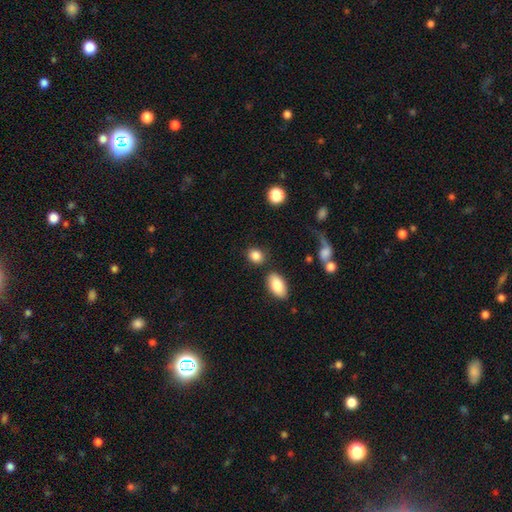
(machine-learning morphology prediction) This is clearly a smooth galaxy (87%). How rounded: possibly in between (52%). Merging: likely none (76%).